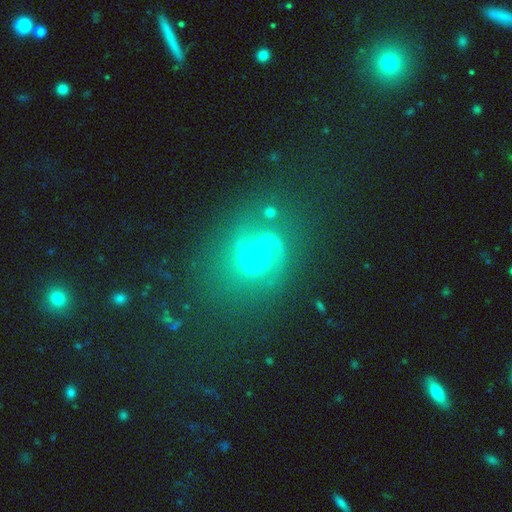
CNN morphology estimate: A featured or disk galaxy (68%) with a weak bar (47%), 2 (75%) medium (51%) spiral arms (91%) and a moderate central bulge (46%).

Vote fractions:
- Smooth or featured? featured or disk: 68% / star or artifact: 19% / smooth: 13%
- Edge-on disk? no: 97% / yes: 3%
- Bar? weak: 47% / no: 42% / strong: 12%
- Spiral arms? yes: 91% / no: 9%
- Spiral winding? medium: 51% / tight: 28% / loose: 21%
- Spiral arm count? 2: 75% / 1: 10% / can't tell: 8% / 3: 3% / 4: 2% / more than 4: 2%
- Bulge size? moderate: 46% / small: 45% / large: 4% / none: 3% / dominant: 2%
- Merging? none: 67% / minor disturbance: 16% / major disturbance: 12% / merger: 4%